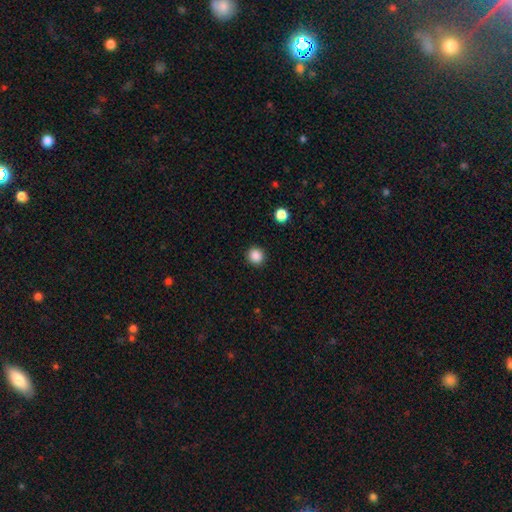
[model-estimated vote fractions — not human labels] Q: Smooth or featured?
A: smooth (87%); runner-up: star or artifact (10%)
Q: How rounded?
A: round (93%); runner-up: in between (7%)
Q: Merging?
A: none (92%); runner-up: minor disturbance (5%)